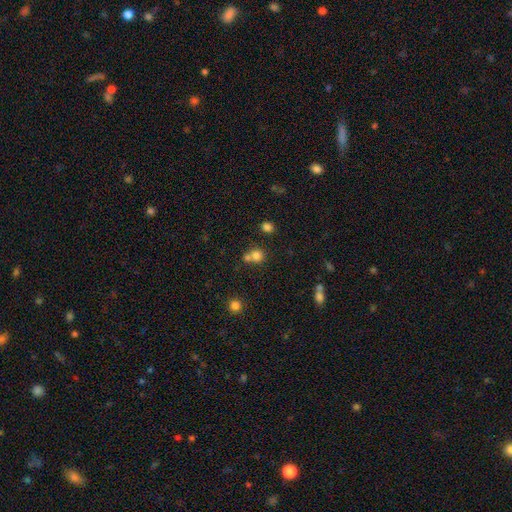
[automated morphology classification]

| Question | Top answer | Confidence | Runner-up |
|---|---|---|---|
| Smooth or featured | smooth | 77% | star or artifact (15%) |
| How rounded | round | 85% | in between (14%) |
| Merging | none | 53% | merger (37%) |